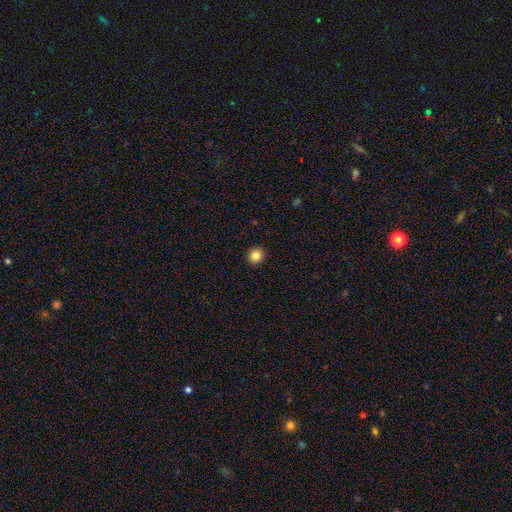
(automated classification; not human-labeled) The model was most divided on "smooth or featured": smooth: 85%, star or artifact: 11%, featured or disk: 5%. More confident: merging — none (93%); how rounded — round (93%).